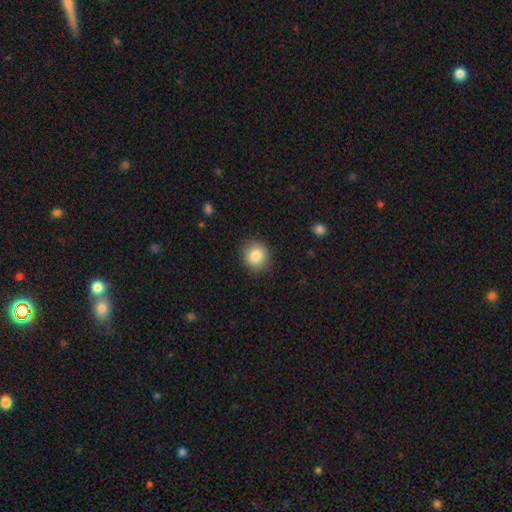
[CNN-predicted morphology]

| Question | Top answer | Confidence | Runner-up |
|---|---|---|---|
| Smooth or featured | smooth | 85% | star or artifact (9%) |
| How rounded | round | 85% | in between (14%) |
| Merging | none | 88% | minor disturbance (9%) |